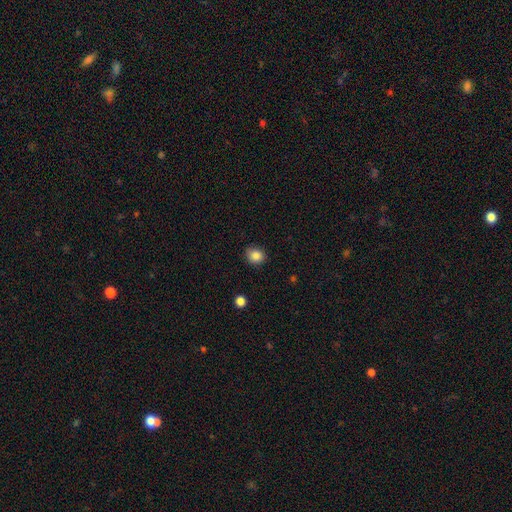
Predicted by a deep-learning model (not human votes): smooth_or_featured: smooth (p=0.85) [alt: star or artifact p=0.10]
how_rounded: round (p=0.75) [alt: in between p=0.25]
merging: none (p=0.85) [alt: minor disturbance p=0.11]